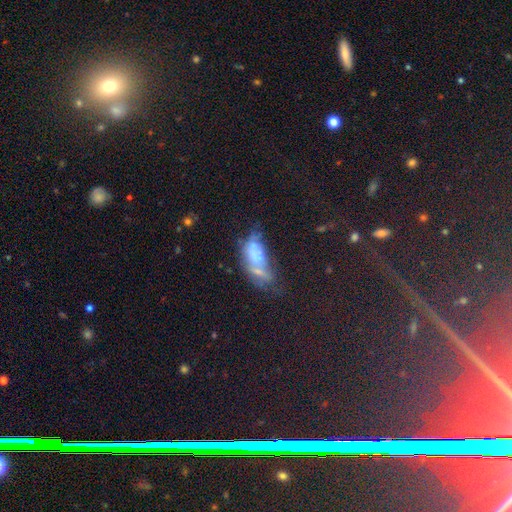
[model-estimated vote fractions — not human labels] Morphology: type=smooth (45%); merging=merger (38%).